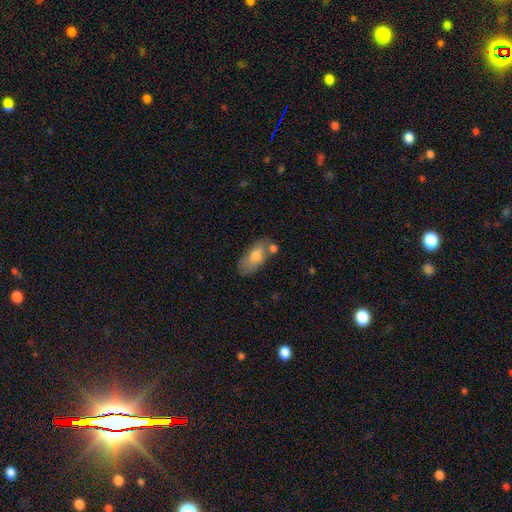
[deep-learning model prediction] smooth_or_featured: smooth (p=0.71) [alt: featured or disk p=0.23]
how_rounded: in between (p=0.89) [alt: cigar-shaped p=0.08]
merging: none (p=0.54) [alt: minor disturbance p=0.21]